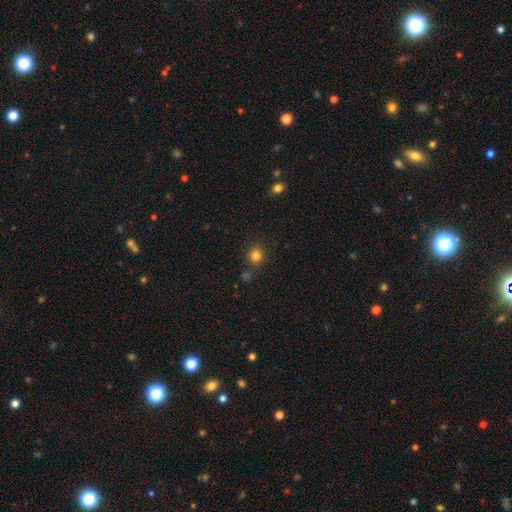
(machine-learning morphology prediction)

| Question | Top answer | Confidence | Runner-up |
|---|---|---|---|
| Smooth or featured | smooth | 81% | star or artifact (14%) |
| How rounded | round | 87% | in between (12%) |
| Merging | none | 81% | minor disturbance (9%) |